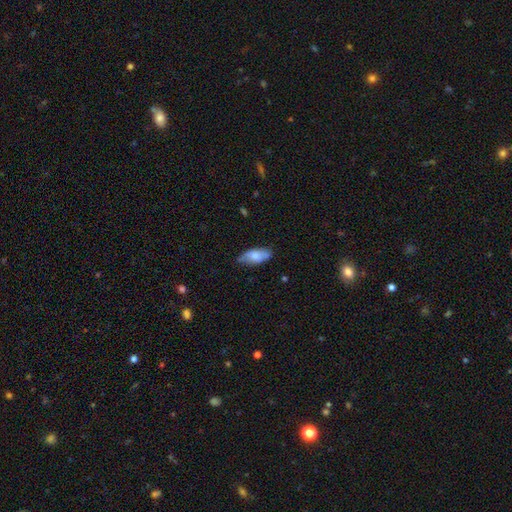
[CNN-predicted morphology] The model was most divided on "merging": none: 72%, minor disturbance: 23%, major disturbance: 4%, merger: 2%. More confident: how rounded — in between (84%); smooth or featured — smooth (73%).